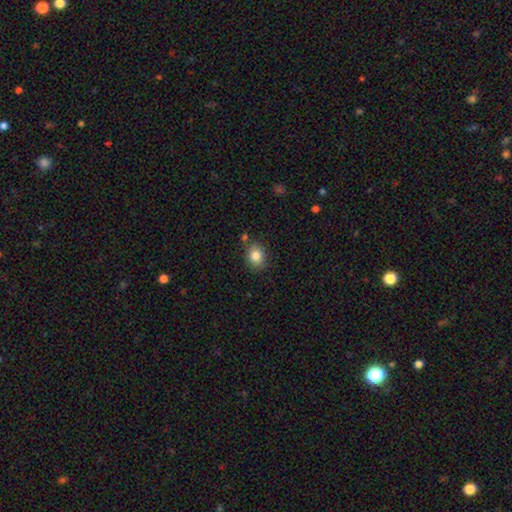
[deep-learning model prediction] Smooth or featured: smooth — 84% (star or artifact — 9%)
How rounded: round — 53% (in between — 46%)
Merging: none — 78% (minor disturbance — 13%)